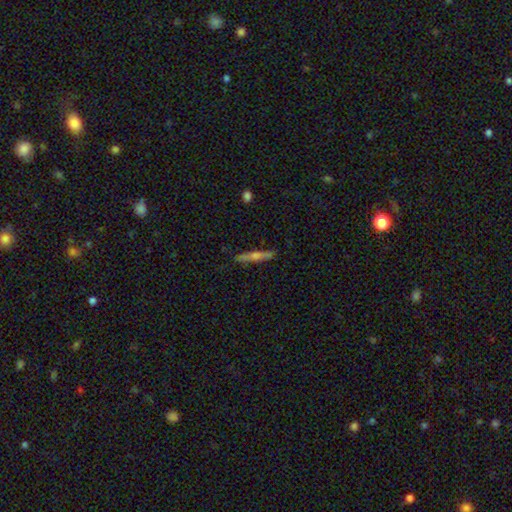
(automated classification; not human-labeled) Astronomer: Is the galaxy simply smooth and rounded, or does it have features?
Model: featured or disk — 55% (runner-up: smooth, 39%).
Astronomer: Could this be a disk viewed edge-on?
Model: yes — 96%.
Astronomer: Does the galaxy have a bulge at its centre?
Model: rounded — 82%.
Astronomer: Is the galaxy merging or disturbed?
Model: none — 88%.